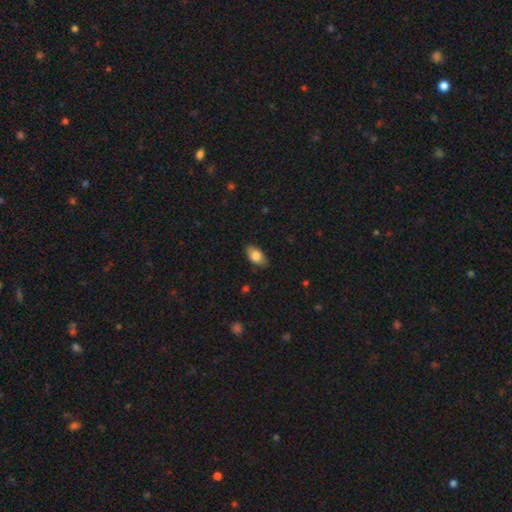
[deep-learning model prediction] The model was most divided on "smooth or featured": smooth: 81%, featured or disk: 12%, star or artifact: 7%. More confident: how rounded — in between (91%); merging — none (85%).